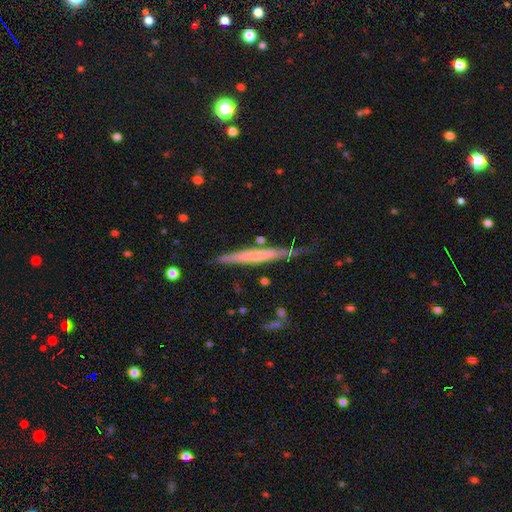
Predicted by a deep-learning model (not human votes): Smooth or featured? Predicted: featured or disk (p=0.50). Merging? Predicted: none (p=0.68).